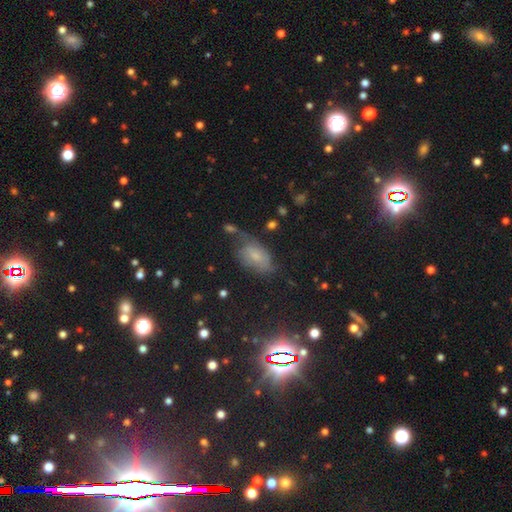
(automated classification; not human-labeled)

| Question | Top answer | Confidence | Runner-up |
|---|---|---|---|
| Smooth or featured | smooth | 49% | featured or disk (29%) |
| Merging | none | 41% | minor disturbance (29%) |